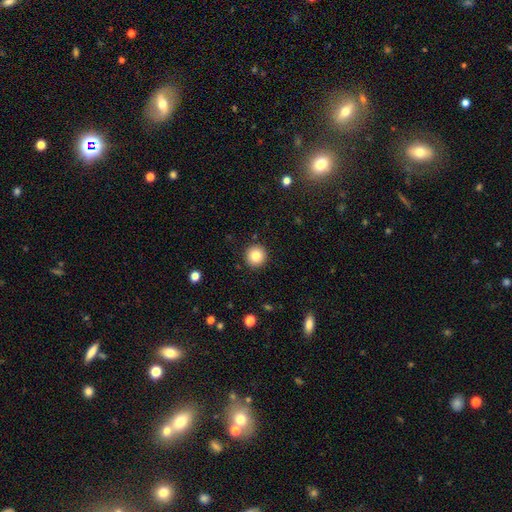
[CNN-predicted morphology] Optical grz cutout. It shows a smooth galaxy with no disk features (83%) that is round (95%). Merging: none (92%).